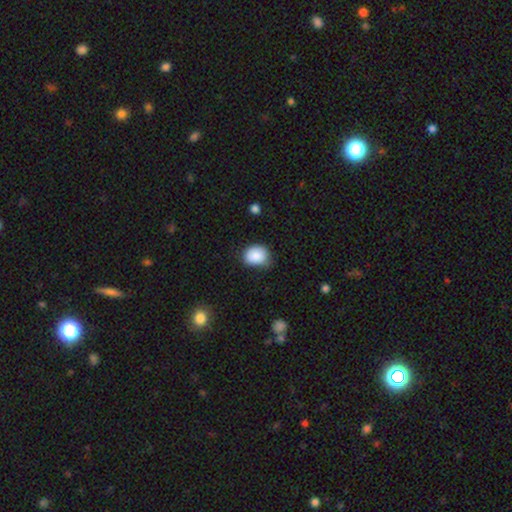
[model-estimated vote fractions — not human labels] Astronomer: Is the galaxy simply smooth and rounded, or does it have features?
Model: smooth — 85%.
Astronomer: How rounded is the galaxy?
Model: round — 57% (runner-up: in between, 42%).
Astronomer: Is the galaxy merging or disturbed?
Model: none — 65%.